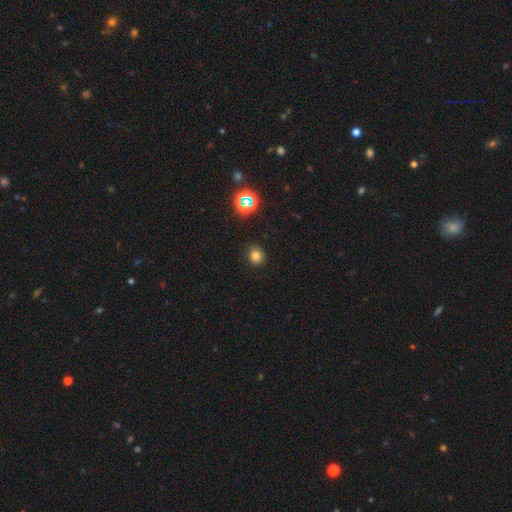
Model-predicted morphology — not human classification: Smooth or featured? smooth (77%)
How rounded? round (76%)
Merging? none (87%)